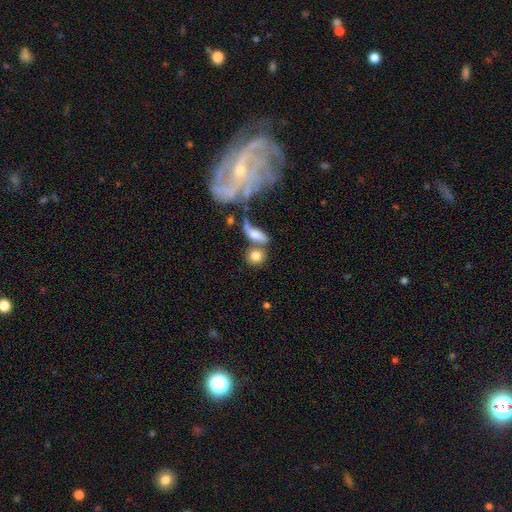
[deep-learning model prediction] smooth_or_featured: smooth (p=0.75) [alt: featured or disk p=0.15]
how_rounded: round (p=0.66) [alt: in between p=0.28]
merging: none (p=0.42) [alt: merger p=0.39]